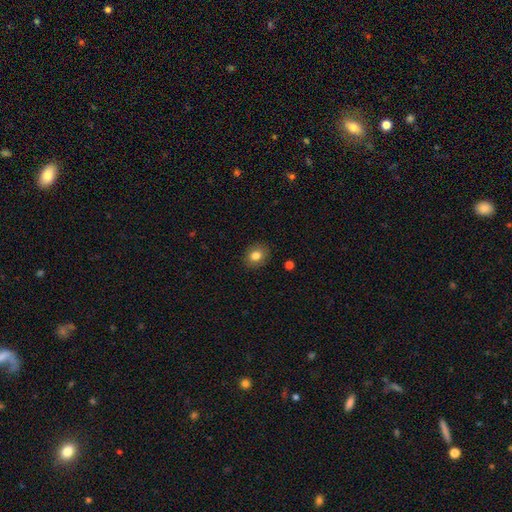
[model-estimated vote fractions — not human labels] Overall: smooth (82%). How rounded: round (55%; in between 44%). Merging: none (88%).